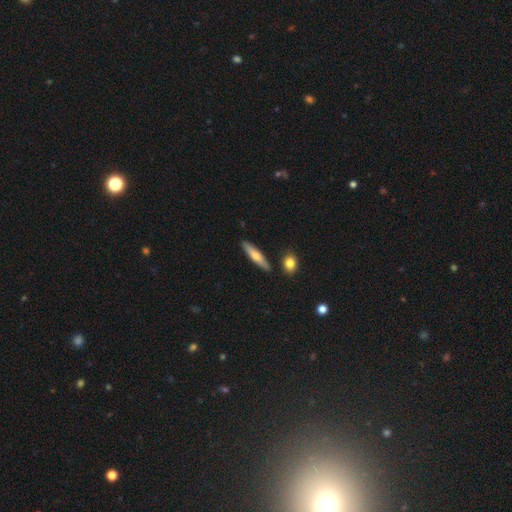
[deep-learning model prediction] smooth-or-featured: smooth: 59% | featured or disk: 35% | star or artifact: 6%
  how-rounded: cigar-shaped: 83% | in between: 15% | round: 2%
  merging: none: 87% | minor disturbance: 8% | merger: 3% | major disturbance: 2%